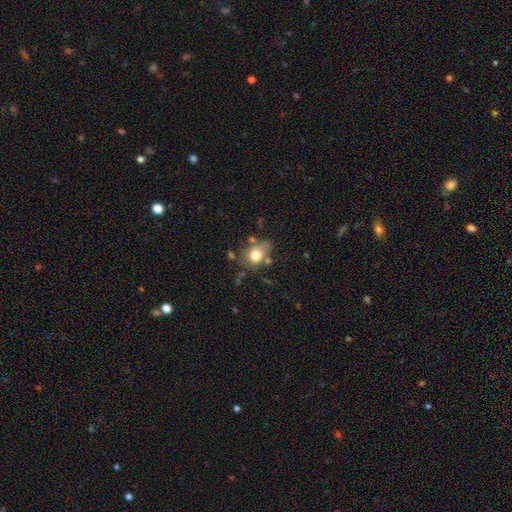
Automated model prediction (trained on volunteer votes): smooth-or-featured: smooth: 75% | featured or disk: 15% | star or artifact: 10%
  how-rounded: in between: 52% | round: 47% | cigar-shaped: 1%
  merging: none: 53% | minor disturbance: 24% | merger: 13% | major disturbance: 10%